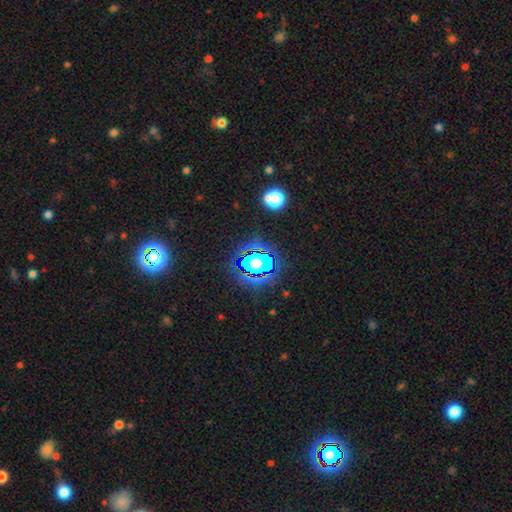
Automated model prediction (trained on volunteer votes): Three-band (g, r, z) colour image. It shows a star or artifact, not a galaxy (71%).